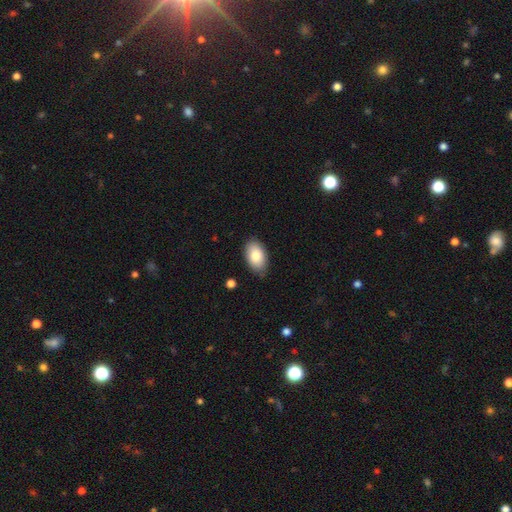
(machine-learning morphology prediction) A smooth galaxy with no disk features (82%) that is in between round and cigar-shaped (93%).

Vote fractions:
- Smooth or featured? smooth: 82% / featured or disk: 12% / star or artifact: 7%
- How rounded? in between: 93% / round: 5% / cigar-shaped: 1%
- Merging? none: 82% / minor disturbance: 15% / major disturbance: 2% / merger: 1%